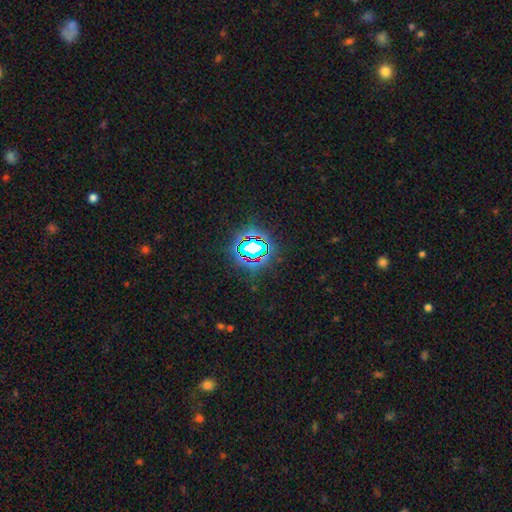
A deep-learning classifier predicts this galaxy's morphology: This is likely a star or artifact rather than a galaxy (77%).